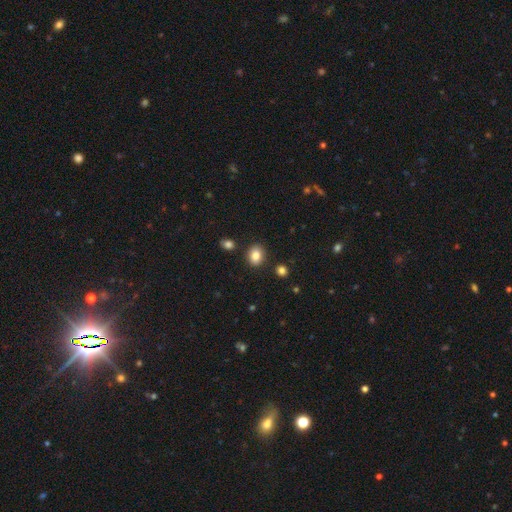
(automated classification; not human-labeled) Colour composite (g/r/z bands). It shows a smooth galaxy with no disk features (84%) that is round (51%). Merging: none (86%).